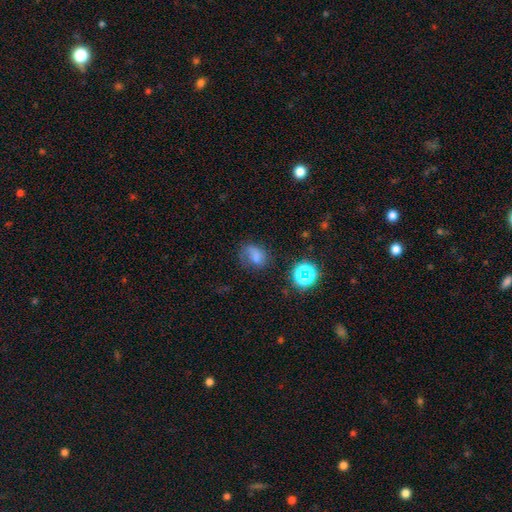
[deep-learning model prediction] Smooth or featured: smooth — 63% (star or artifact — 20%)
How rounded: in between — 58% (round — 41%)
Merging: none — 46% (minor disturbance — 28%)